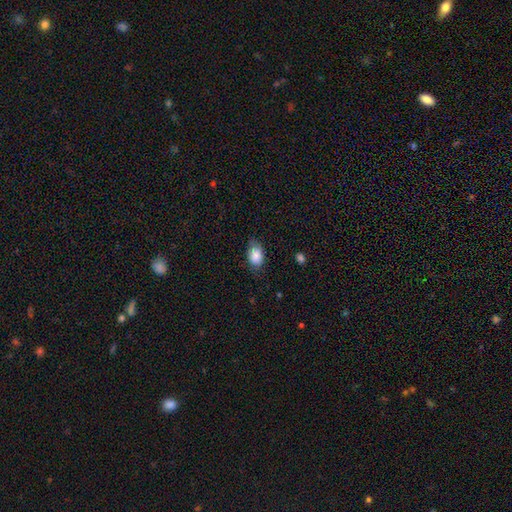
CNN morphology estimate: smooth 86%, star or artifact 7%, featured or disk 6%. Down the decision tree: how rounded — in between (86%); merging — none (70%).